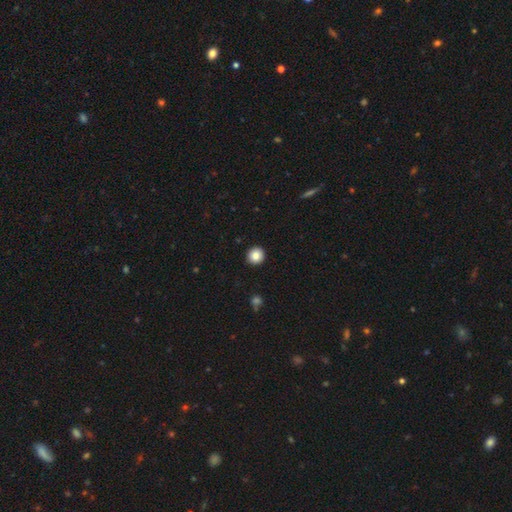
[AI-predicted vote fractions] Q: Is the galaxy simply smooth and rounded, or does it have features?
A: smooth — 85%.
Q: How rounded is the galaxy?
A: round — 94%.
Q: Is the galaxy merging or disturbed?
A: none — 93%.